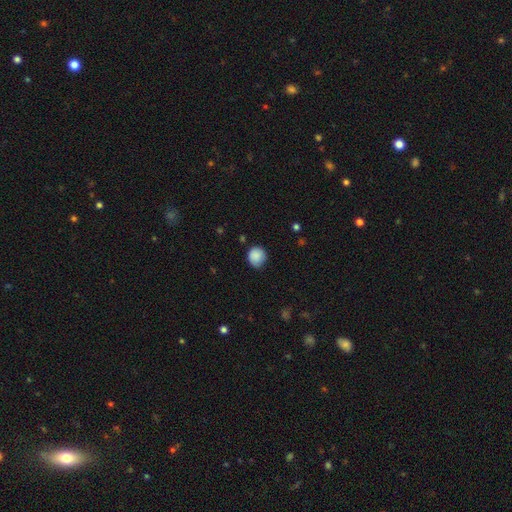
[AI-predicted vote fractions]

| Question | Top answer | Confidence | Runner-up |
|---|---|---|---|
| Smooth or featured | smooth | 87% | star or artifact (8%) |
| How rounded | round | 86% | in between (13%) |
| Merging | none | 70% | minor disturbance (25%) |